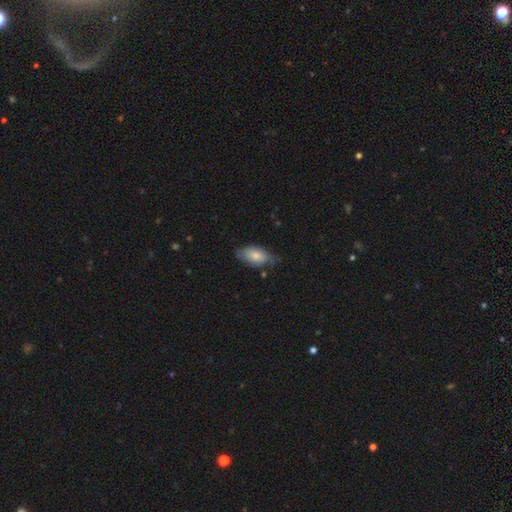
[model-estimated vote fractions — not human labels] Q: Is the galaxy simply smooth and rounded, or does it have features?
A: smooth — 74%.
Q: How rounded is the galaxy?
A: in between — 93%.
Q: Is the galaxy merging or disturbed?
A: none — 55%.